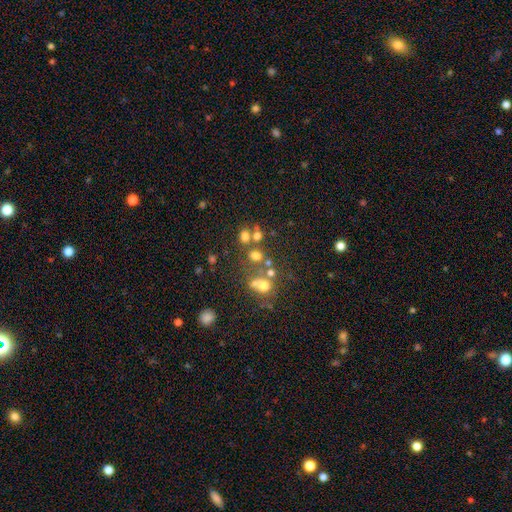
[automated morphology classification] Smooth or featured: smooth — 64% (star or artifact — 22%)
How rounded: round — 69% (in between — 29%)
Merging: none — 52% (merger — 30%)